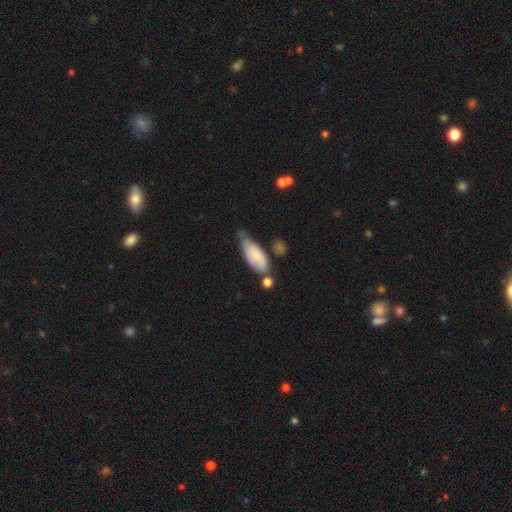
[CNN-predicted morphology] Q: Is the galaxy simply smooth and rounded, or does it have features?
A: smooth — 65%.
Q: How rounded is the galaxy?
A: in between — 76%.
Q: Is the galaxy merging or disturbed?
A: minor disturbance — 39%.